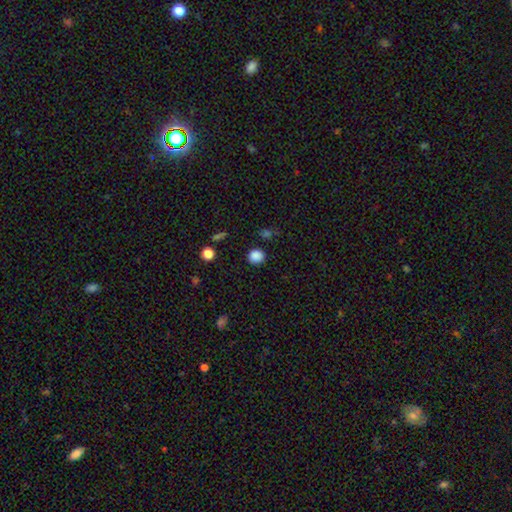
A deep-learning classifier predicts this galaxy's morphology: The model was most divided on "how rounded": round: 83%, in between: 17%, cigar-shaped: 1%. More confident: merging — none (88%); smooth or featured — smooth (86%).